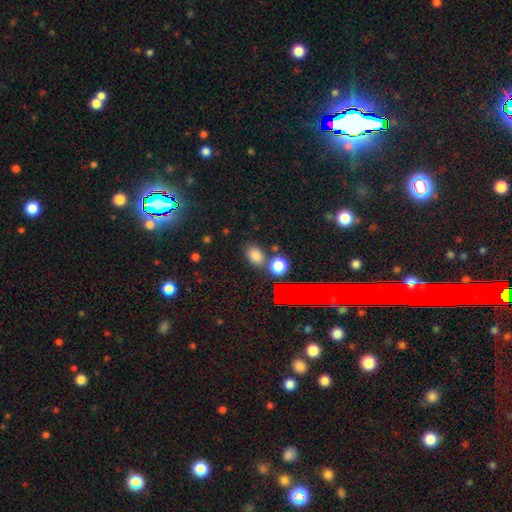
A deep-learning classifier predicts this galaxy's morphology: A smooth galaxy with no disk features (77%) that is in between round and cigar-shaped (66%). Merging: none (73%).